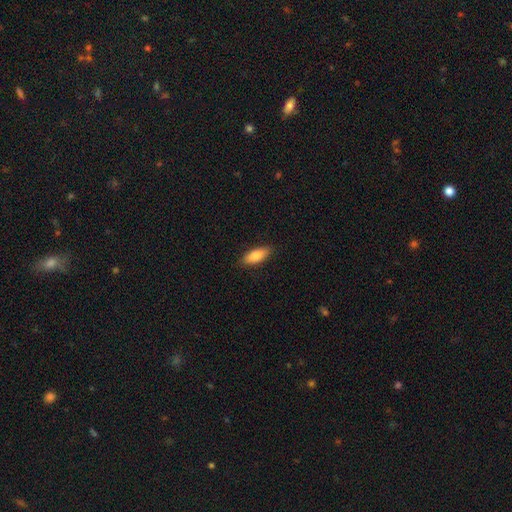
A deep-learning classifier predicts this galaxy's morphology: This is clearly a smooth galaxy (85%). How rounded: likely in between (75%). Merging: clearly none (87%).